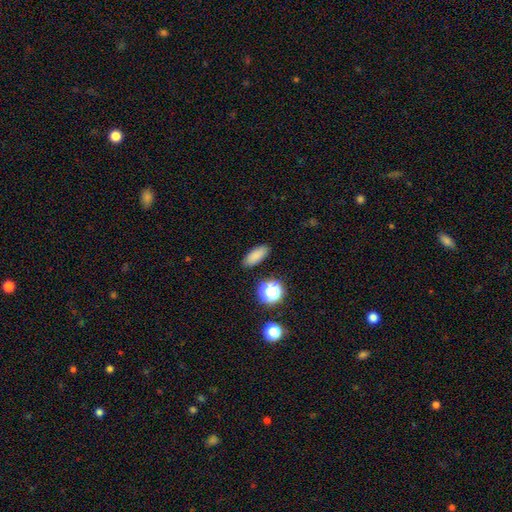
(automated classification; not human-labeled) Morphology: type=smooth (83%); roundness=in between (79%); merging=none (88%).